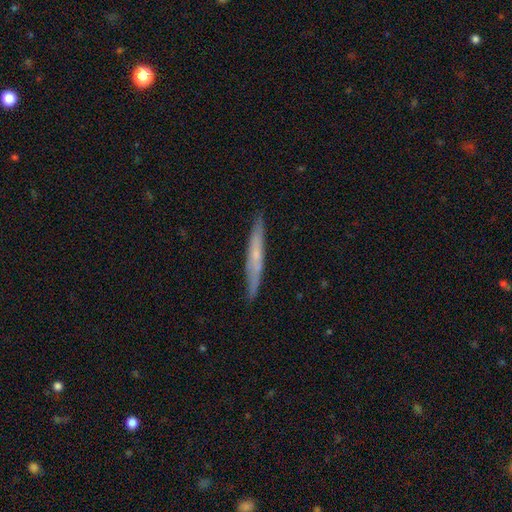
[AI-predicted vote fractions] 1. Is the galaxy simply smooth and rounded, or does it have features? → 51% featured or disk, 42% smooth, 6% star or artifact.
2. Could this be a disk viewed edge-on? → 91% yes, 9% no.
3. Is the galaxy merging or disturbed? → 87% none, 10% minor disturbance, 2% major disturbance, 1% merger.